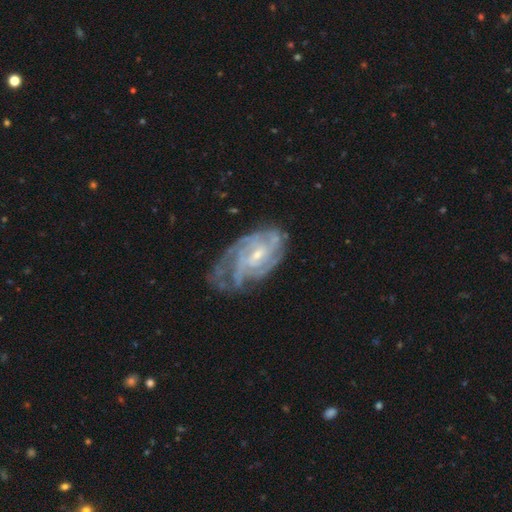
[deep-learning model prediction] Smooth or featured: featured or disk — 82% (star or artifact — 9%)
Edge-on disk: no — 96% (yes — 4%)
Bar: weak — 46% (no — 40%)
Spiral arms: yes — 94% (no — 6%)
Spiral winding: tight — 58% (medium — 34%)
Spiral arm count: can't tell — 32% (3 — 21%)
Bulge size: small — 63% (moderate — 31%)
Merging: none — 65% (minor disturbance — 22%)